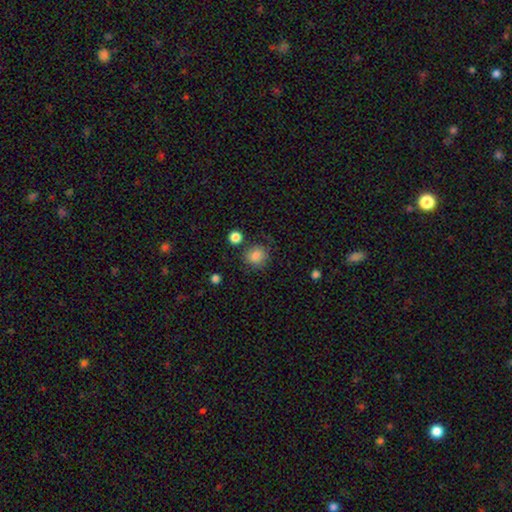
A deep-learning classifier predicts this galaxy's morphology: type=smooth (84%); roundness=round (84%); merging=none (78%).